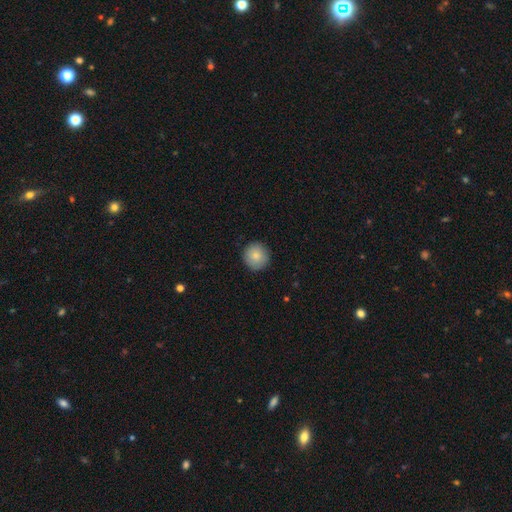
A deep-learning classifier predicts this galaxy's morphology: Q: Smooth or featured?
A: smooth (85%); runner-up: featured or disk (8%)
Q: How rounded?
A: round (94%); runner-up: in between (5%)
Q: Merging?
A: none (90%); runner-up: minor disturbance (7%)